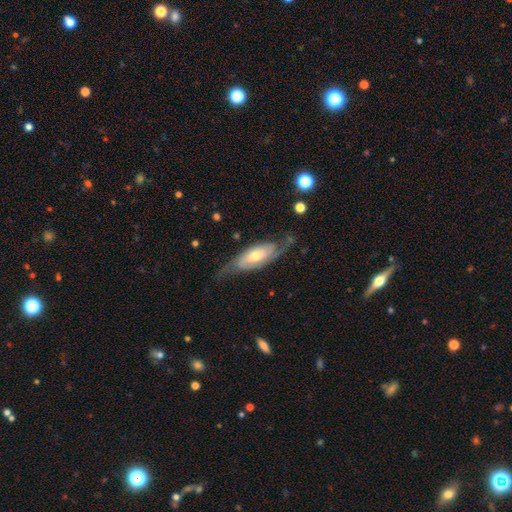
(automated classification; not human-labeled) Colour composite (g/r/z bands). It shows a featured or disk galaxy (71%) with no bar (66%), 2 (74%) medium (39%) spiral arms (87%) and a moderate central bulge (56%). Merging: none (63%).